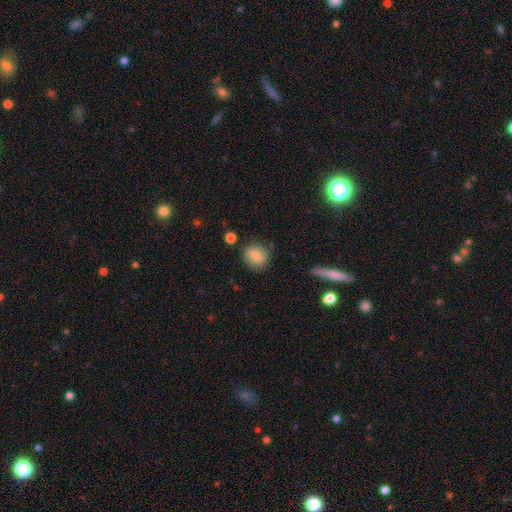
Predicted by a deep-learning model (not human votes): A smooth galaxy with no disk features (72%) that is round (78%). Merging: none (76%).